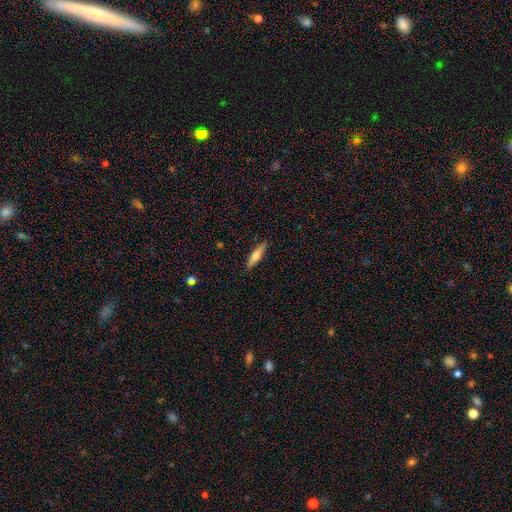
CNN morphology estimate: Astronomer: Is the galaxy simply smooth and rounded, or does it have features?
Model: smooth — 64%.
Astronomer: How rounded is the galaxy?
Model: cigar-shaped — 80%.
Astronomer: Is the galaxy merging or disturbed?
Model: none — 89%.